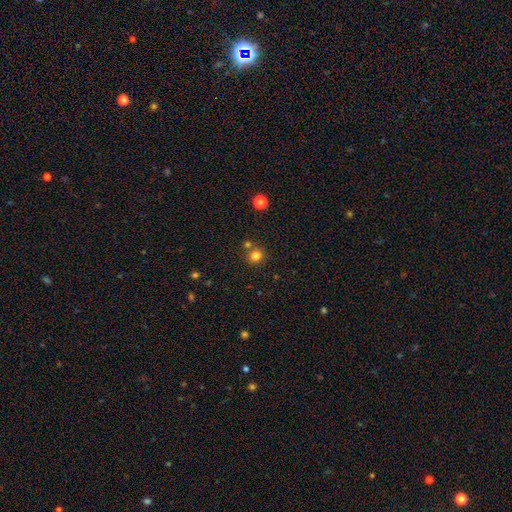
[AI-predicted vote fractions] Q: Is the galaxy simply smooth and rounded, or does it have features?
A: smooth — 80%.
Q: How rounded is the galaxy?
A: round — 87%.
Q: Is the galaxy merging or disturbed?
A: none — 70%.